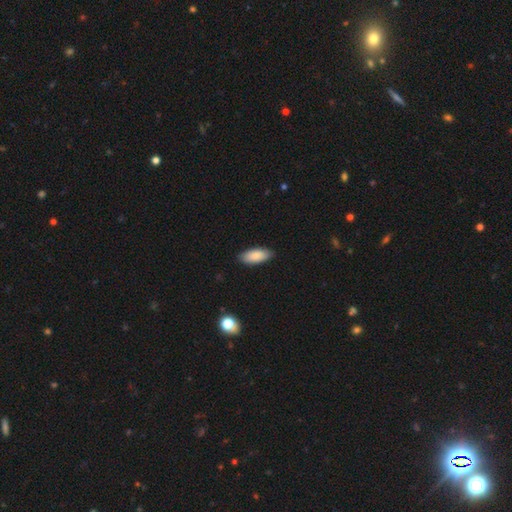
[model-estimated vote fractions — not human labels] The model was most divided on "how rounded": in between: 85%, cigar-shaped: 13%, round: 2%. More confident: smooth or featured — smooth (88%); merging — none (87%).